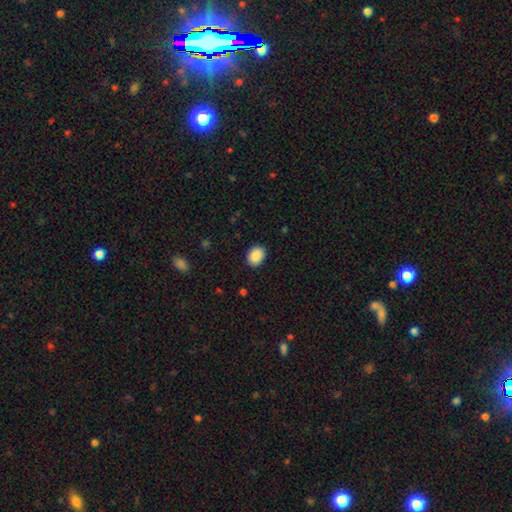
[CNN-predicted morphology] Smooth or featured: smooth — 89% (star or artifact — 8%)
How rounded: in between — 60% (round — 39%)
Merging: none — 89% (minor disturbance — 8%)